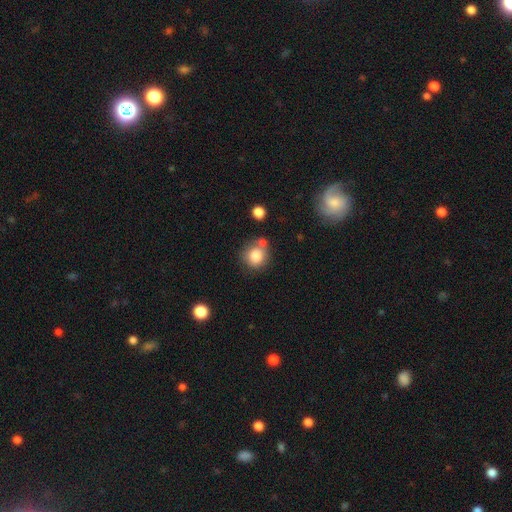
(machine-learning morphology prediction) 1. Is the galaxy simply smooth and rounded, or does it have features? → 82% smooth, 10% star or artifact, 9% featured or disk.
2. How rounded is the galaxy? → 87% round, 12% in between, 1% cigar-shaped.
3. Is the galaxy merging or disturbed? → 61% none, 20% merger, 14% minor disturbance, 4% major disturbance.